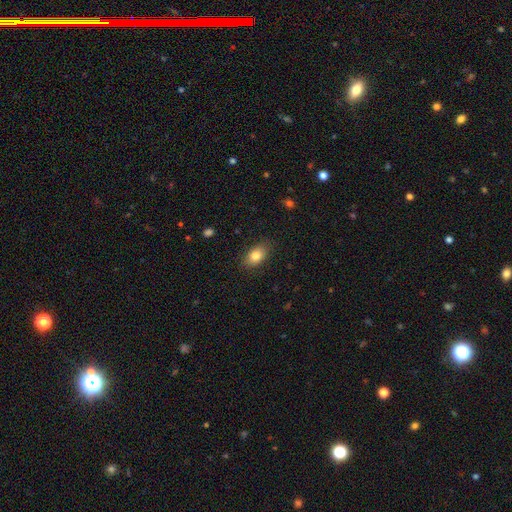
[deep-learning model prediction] Q: Smooth or featured?
A: smooth (83%); runner-up: featured or disk (9%)
Q: How rounded?
A: in between (88%); runner-up: round (10%)
Q: Merging?
A: none (85%); runner-up: minor disturbance (11%)